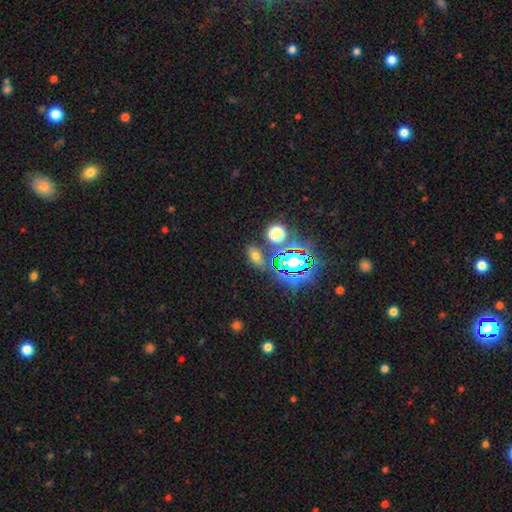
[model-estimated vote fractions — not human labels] smooth-or-featured: smooth: 53% | star or artifact: 35% | featured or disk: 12%
  how-rounded: in between: 80% | round: 15% | cigar-shaped: 5%
  merging: none: 75% | minor disturbance: 12% | merger: 8% | major disturbance: 5%